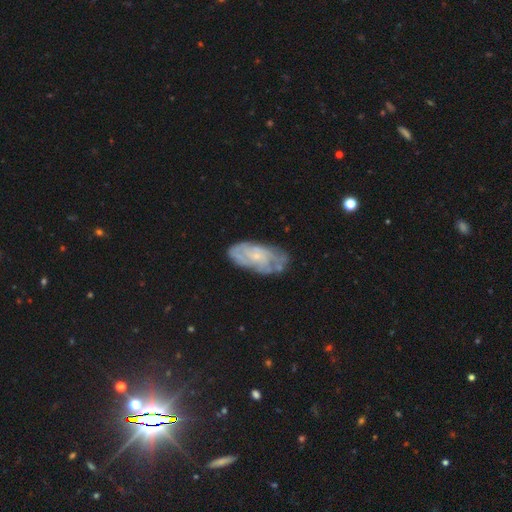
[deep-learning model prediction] Overall: featured or disk (66%; smooth 26%). Edge-on disk: no (93%). Bar: no (78%). Spiral arms: yes (68%; no 32%). Bulge size: small (74%). Merging: none (64%; minor disturbance 24%).